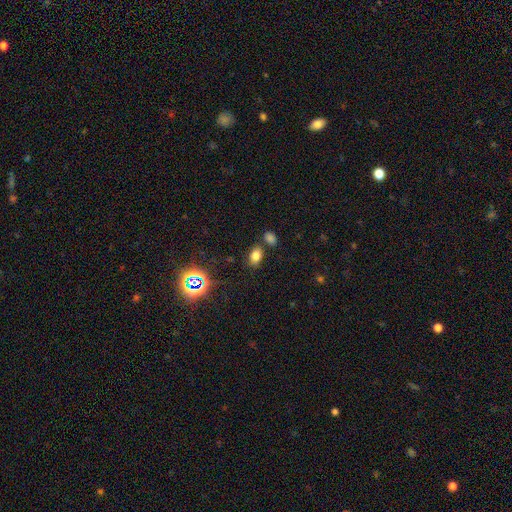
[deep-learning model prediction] Overall: smooth (72%). How rounded: in between (84%). Merging: none (74%).